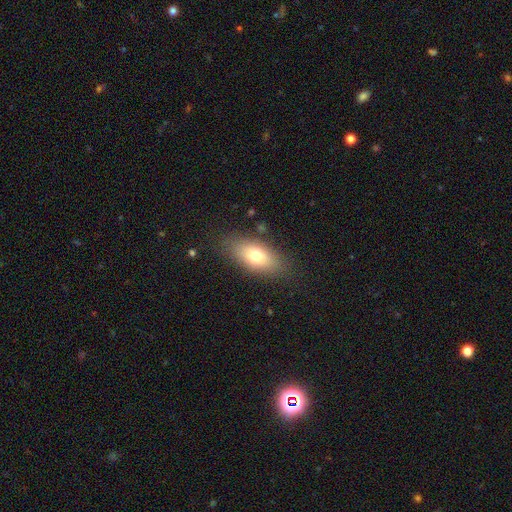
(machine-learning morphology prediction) A smooth galaxy with no disk features (75%) that is in between round and cigar-shaped (85%).

Vote fractions:
- Smooth or featured? smooth: 75% / featured or disk: 17% / star or artifact: 8%
- How rounded? in between: 85% / cigar-shaped: 10% / round: 5%
- Merging? none: 82% / minor disturbance: 13% / major disturbance: 4% / merger: 1%